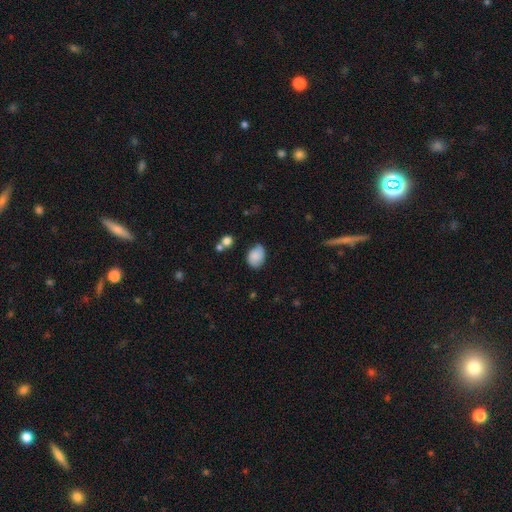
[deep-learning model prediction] Morphology: type=smooth (78%); roundness=in between (72%); merging=none (66%).